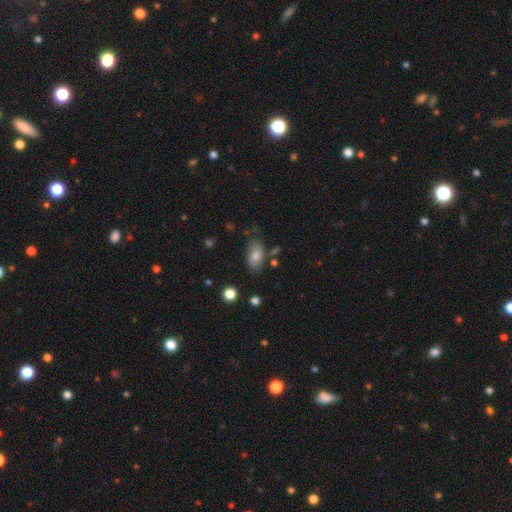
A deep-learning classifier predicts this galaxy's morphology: type=smooth (78%); roundness=in between (90%); merging=none (67%).